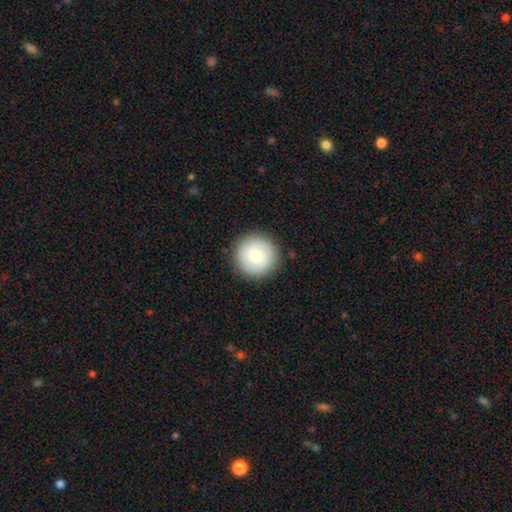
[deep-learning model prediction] Morphology: type=smooth (71%); roundness=round (96%); merging=none (90%).